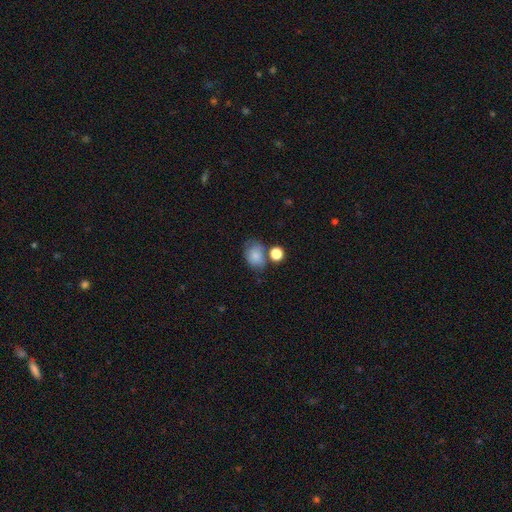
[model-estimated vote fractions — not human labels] Smooth or featured? Predicted: smooth (p=0.81). How rounded? Predicted: in between (p=0.65). Merging? Predicted: none (p=0.50).